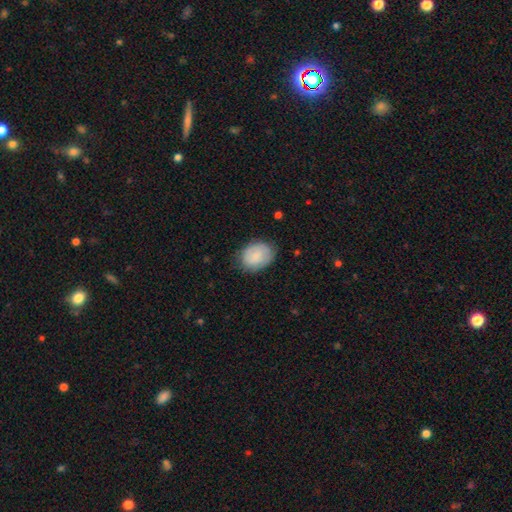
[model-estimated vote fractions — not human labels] Q: Smooth or featured?
A: smooth (74%); runner-up: featured or disk (20%)
Q: How rounded?
A: in between (65%); runner-up: round (34%)
Q: Merging?
A: none (75%); runner-up: minor disturbance (19%)